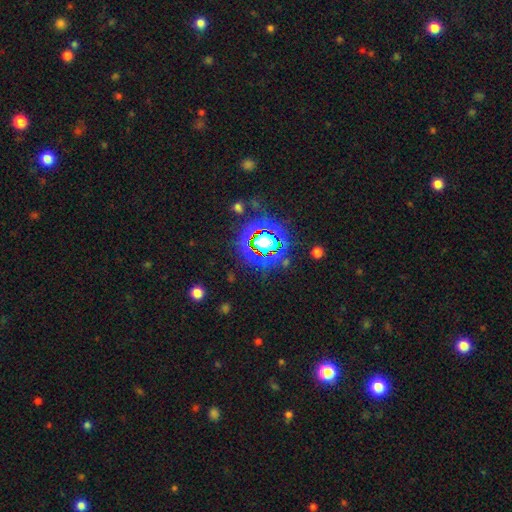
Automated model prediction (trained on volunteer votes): A star or artifact, not a galaxy (82%).